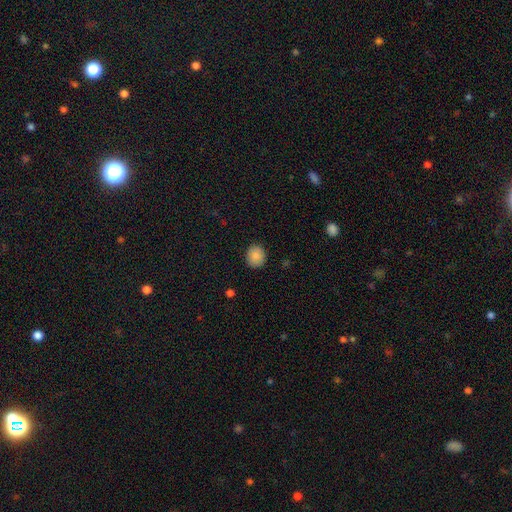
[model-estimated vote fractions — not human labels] A smooth galaxy with no disk features (88%) that is round (80%). Merging: none (89%).